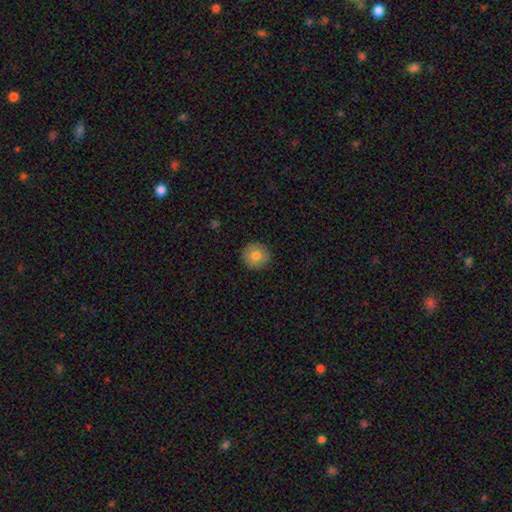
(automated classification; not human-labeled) smooth_or_featured: smooth (p=0.79) [alt: featured or disk p=0.13]
how_rounded: round (p=0.94) [alt: in between p=0.05]
merging: none (p=0.91) [alt: minor disturbance p=0.06]